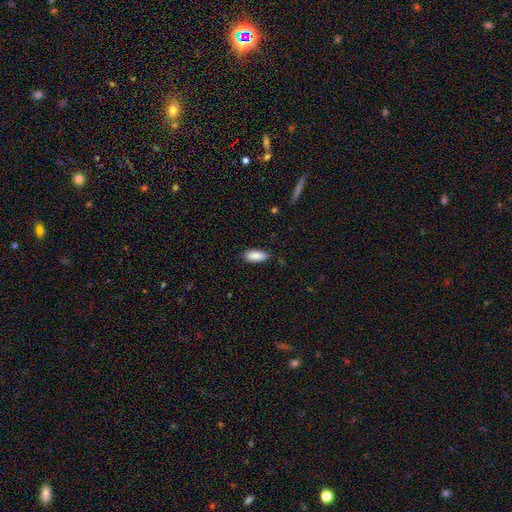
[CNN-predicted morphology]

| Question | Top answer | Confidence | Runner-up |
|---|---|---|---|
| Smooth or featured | smooth | 88% | star or artifact (6%) |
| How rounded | in between | 85% | cigar-shaped (13%) |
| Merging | none | 83% | minor disturbance (13%) |